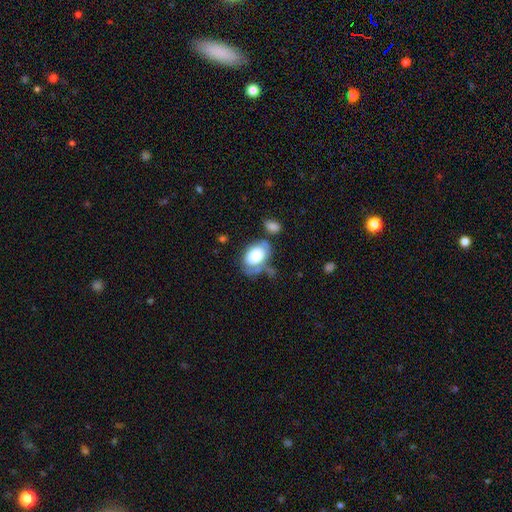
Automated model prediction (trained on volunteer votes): Smooth or featured: smooth — 73% (featured or disk — 19%)
How rounded: in between — 87% (round — 12%)
Merging: none — 39% (minor disturbance — 27%)